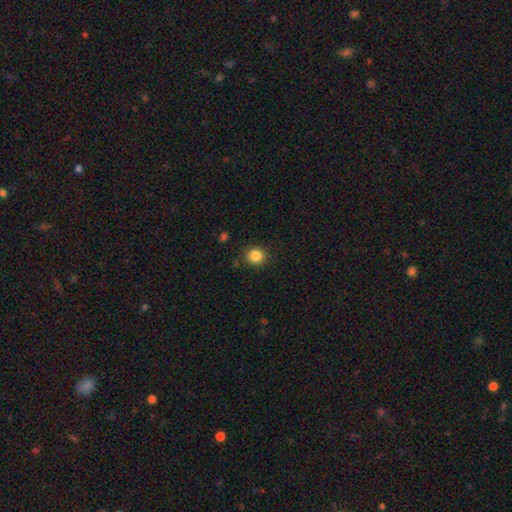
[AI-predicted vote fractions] The model was most divided on "smooth or featured": smooth: 85%, star or artifact: 11%, featured or disk: 4%. More confident: how rounded — round (90%); merging — none (88%).